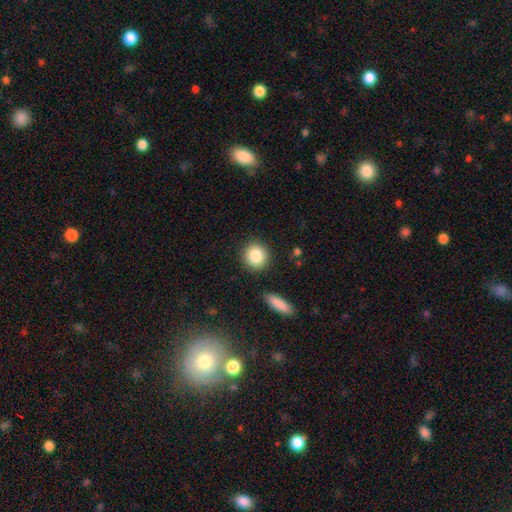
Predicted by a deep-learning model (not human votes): Overall: smooth (85%). How rounded: round (88%). Merging: none (87%).